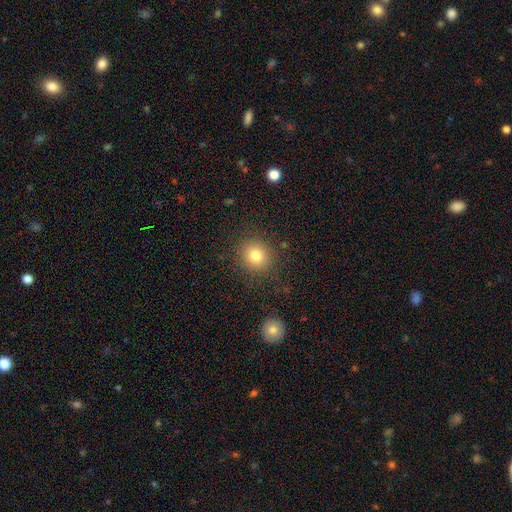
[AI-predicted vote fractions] A smooth galaxy with no disk features (80%) that is round (86%). Merging: none (87%).